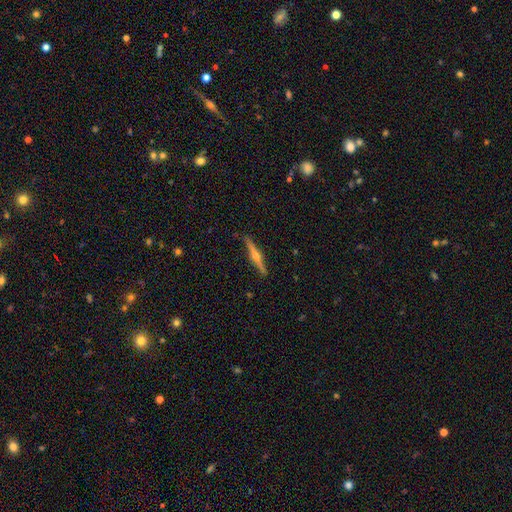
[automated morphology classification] type=featured or disk (78%); edge-on=yes (98%); edge-on bulge=rounded (93%); merging=none (90%).